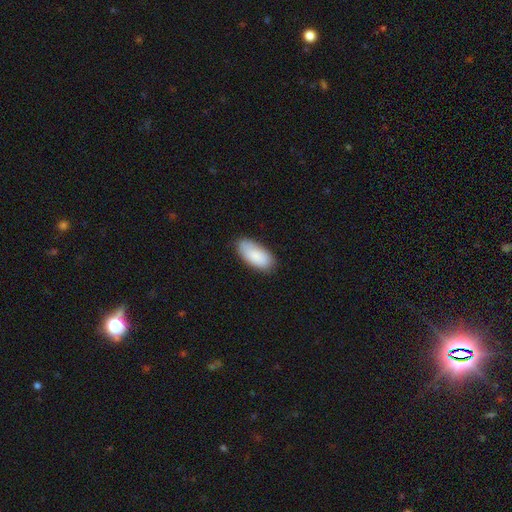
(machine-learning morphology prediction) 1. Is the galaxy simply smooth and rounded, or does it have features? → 87% smooth, 7% featured or disk, 6% star or artifact.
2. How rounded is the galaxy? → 92% in between, 6% cigar-shaped, 2% round.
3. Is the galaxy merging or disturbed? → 78% none, 17% minor disturbance, 3% major disturbance, 1% merger.